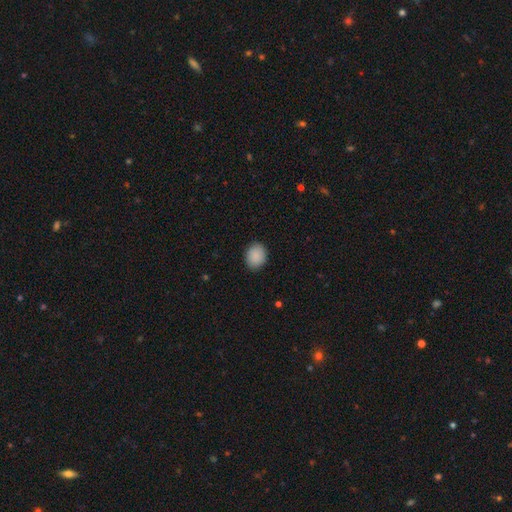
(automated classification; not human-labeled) Q: Smooth or featured?
A: smooth (90%); runner-up: star or artifact (7%)
Q: How rounded?
A: round (52%); runner-up: in between (47%)
Q: Merging?
A: none (88%); runner-up: minor disturbance (9%)